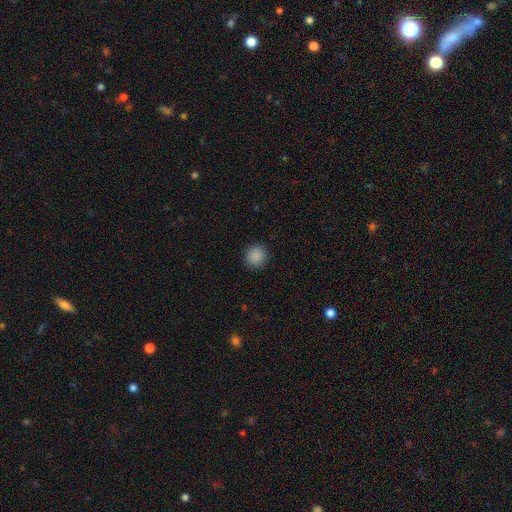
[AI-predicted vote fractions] The model was most divided on "smooth or featured": smooth: 88%, star or artifact: 9%, featured or disk: 3%. More confident: merging — none (90%); how rounded — round (89%).